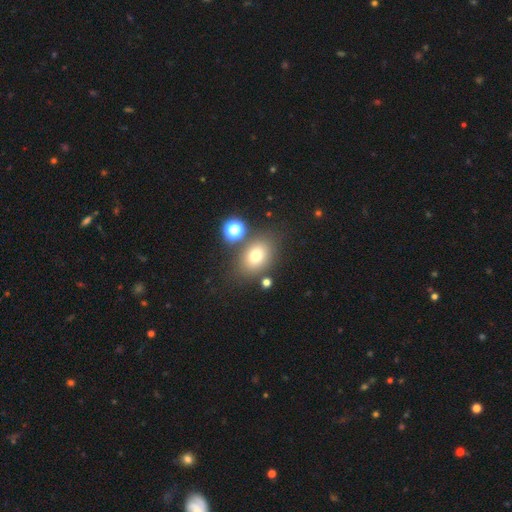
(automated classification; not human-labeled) A smooth galaxy with no disk features (73%) that is in between round and cigar-shaped (67%). Merging: none (75%).